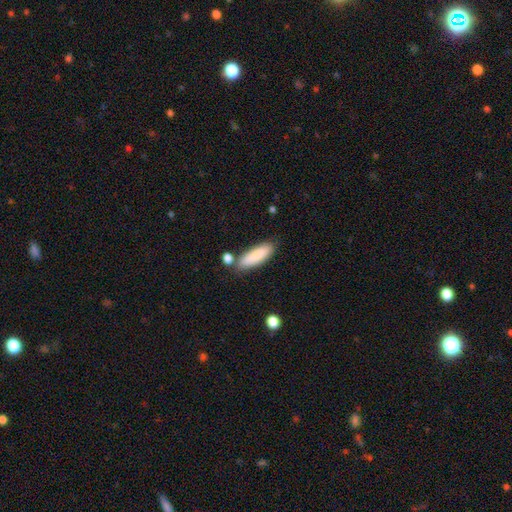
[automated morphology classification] A smooth galaxy with no disk features (86%) that is in between round and cigar-shaped (50%). Merging: none (75%).